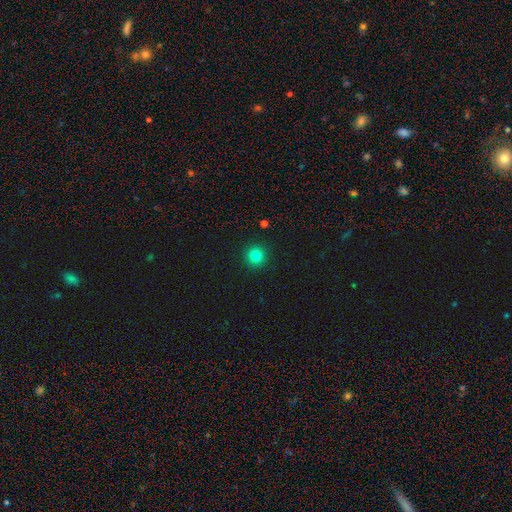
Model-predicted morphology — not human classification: The model was most divided on "smooth or featured": smooth: 81%, star or artifact: 14%, featured or disk: 5%. More confident: how rounded — round (95%); merging — none (92%).